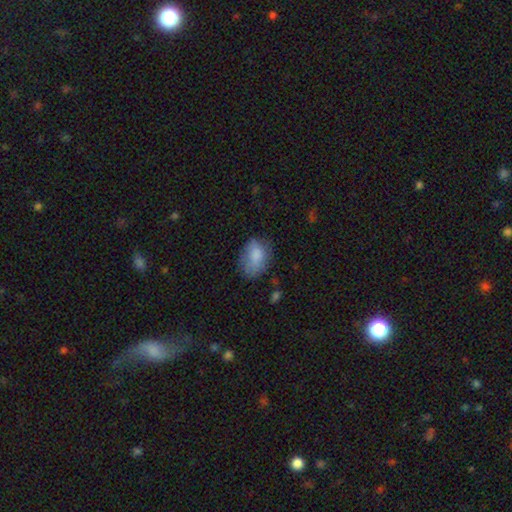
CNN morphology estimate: This appears to be a smooth galaxy with no disk features (80%) that is in between round and cigar-shaped (81%). Merging: none (58%).